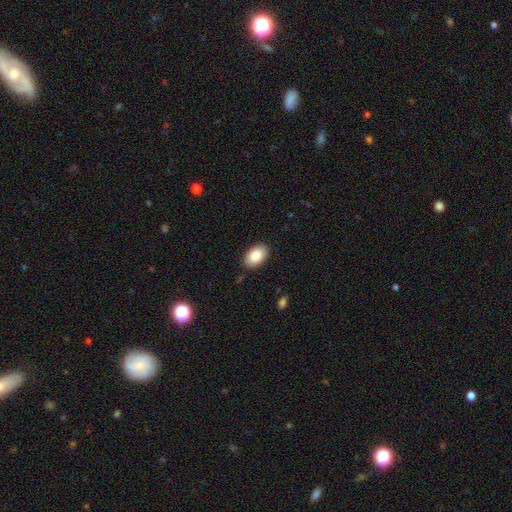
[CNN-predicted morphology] smooth_or_featured: smooth (p=0.88) [alt: star or artifact p=0.07]
how_rounded: in between (p=0.92) [alt: round p=0.07]
merging: none (p=0.88) [alt: minor disturbance p=0.09]